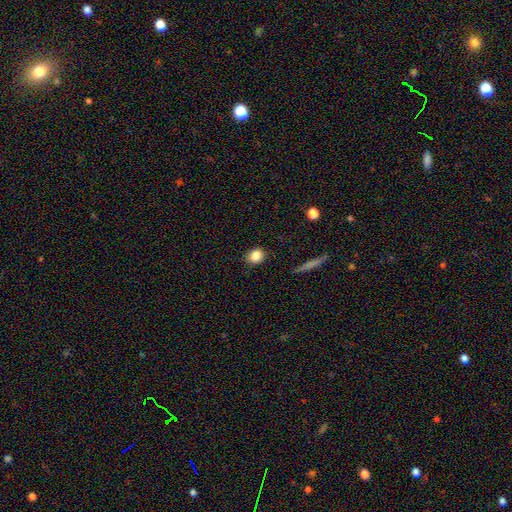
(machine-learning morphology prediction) The model was most divided on "how rounded": round: 61%, in between: 38%, cigar-shaped: 2%. More confident: merging — none (86%); smooth or featured — smooth (84%).